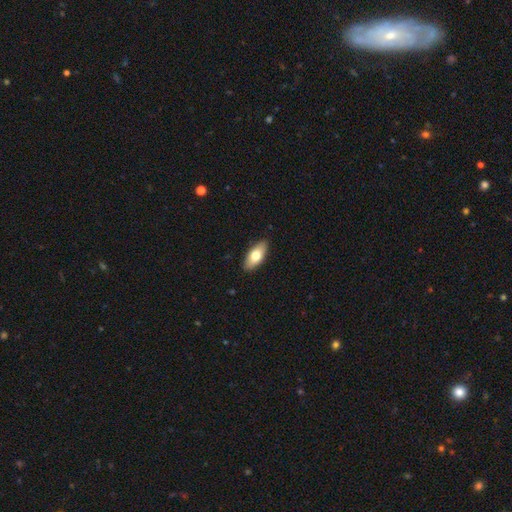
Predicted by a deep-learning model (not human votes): Smooth or featured?
  - smooth: 73% *
  - featured or disk: 21%
  - star or artifact: 6%
How rounded?
  - in between: 85% *
  - cigar-shaped: 12%
  - round: 3%
Merging?
  - none: 88% *
  - minor disturbance: 9%
  - major disturbance: 2%
  - merger: 1%